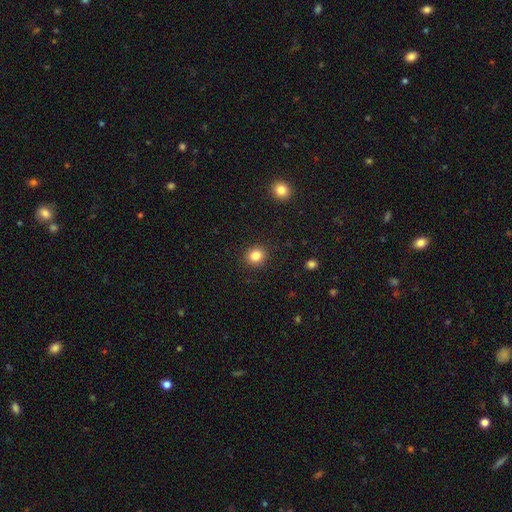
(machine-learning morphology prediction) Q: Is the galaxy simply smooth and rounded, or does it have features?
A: smooth — 84%.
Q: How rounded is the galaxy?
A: round — 85%.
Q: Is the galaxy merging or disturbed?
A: none — 91%.